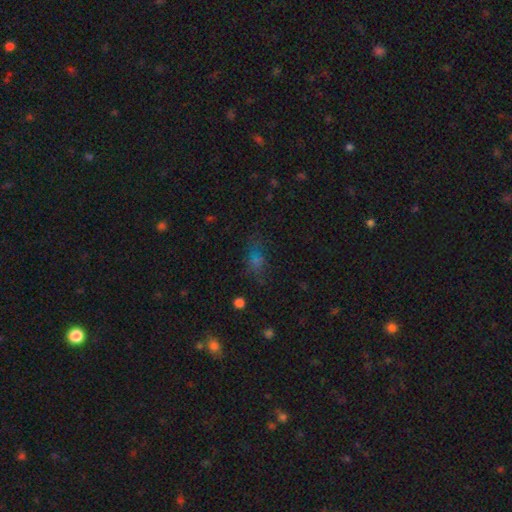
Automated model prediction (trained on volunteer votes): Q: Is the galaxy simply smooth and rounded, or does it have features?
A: smooth — 60%.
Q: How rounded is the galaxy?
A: in between — 71%.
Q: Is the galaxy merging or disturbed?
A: none — 64%.